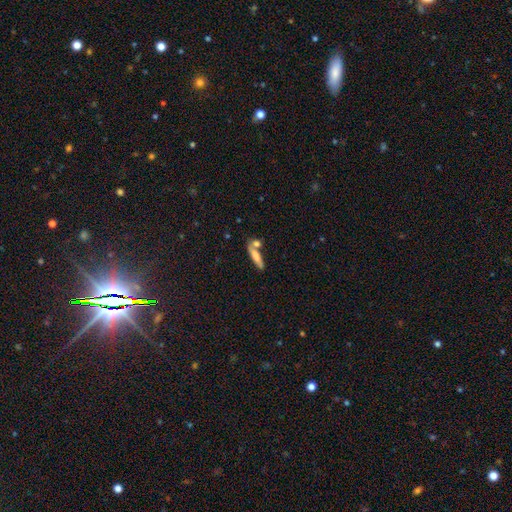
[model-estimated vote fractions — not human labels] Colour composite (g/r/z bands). It shows a smooth galaxy with no disk features (69%) that is cigar-shaped (73%). Merging: none (56%).